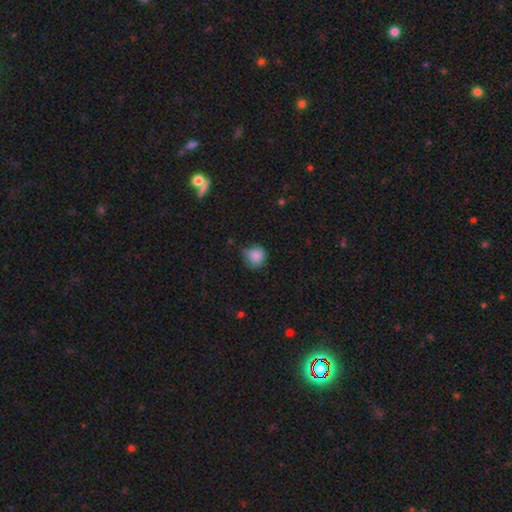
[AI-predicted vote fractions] Smooth or featured?
  - smooth: 84% *
  - star or artifact: 9%
  - featured or disk: 7%
How rounded?
  - round: 85% *
  - in between: 14%
  - cigar-shaped: 1%
Merging?
  - none: 56% *
  - minor disturbance: 34%
  - major disturbance: 8%
  - merger: 2%